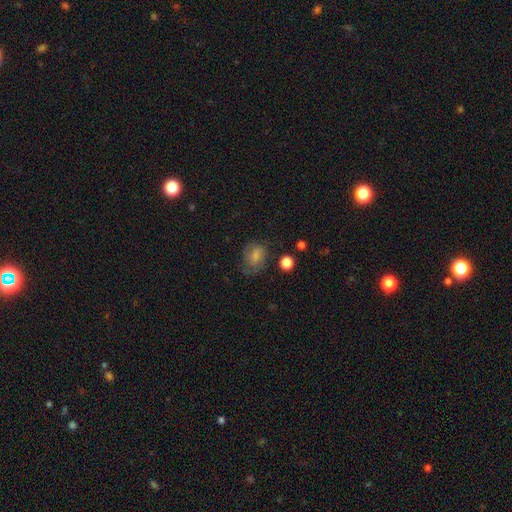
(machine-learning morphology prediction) Smooth or featured? Predicted: smooth (p=0.68). How rounded? Predicted: in between (p=0.59). Merging? Predicted: none (p=0.55).